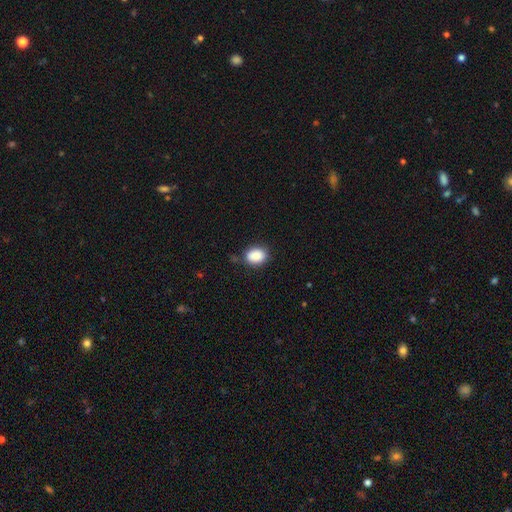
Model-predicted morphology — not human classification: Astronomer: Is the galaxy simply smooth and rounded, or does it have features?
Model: smooth — 88%.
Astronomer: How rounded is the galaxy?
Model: in between — 70%.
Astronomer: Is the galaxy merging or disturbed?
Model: none — 77%.